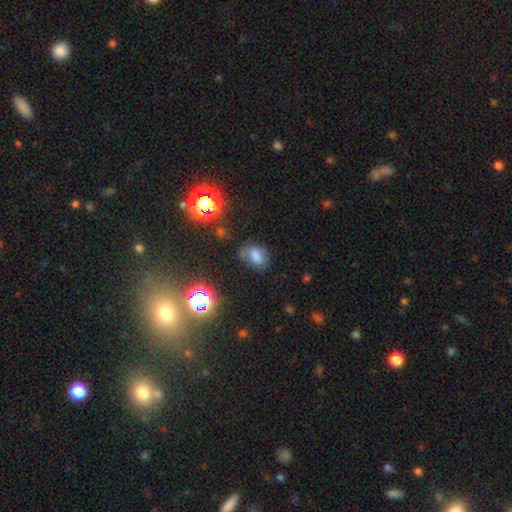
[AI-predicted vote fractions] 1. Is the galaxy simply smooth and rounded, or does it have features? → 64% smooth, 20% star or artifact, 16% featured or disk.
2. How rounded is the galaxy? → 71% in between, 27% round, 2% cigar-shaped.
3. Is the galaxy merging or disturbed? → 53% none, 27% minor disturbance, 13% major disturbance, 7% merger.